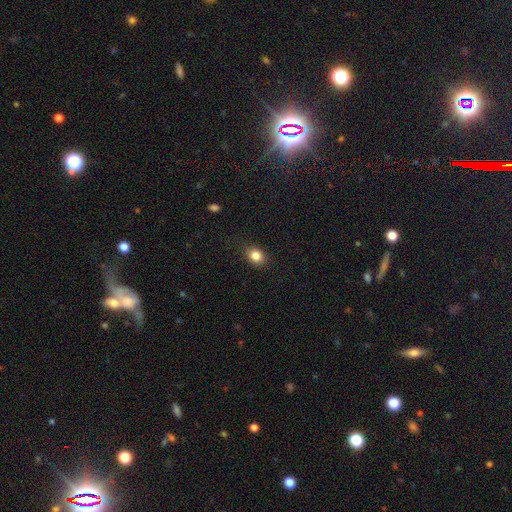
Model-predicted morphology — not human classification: A smooth galaxy with no disk features (84%) that is in between round and cigar-shaped (57%). Merging: none (86%).